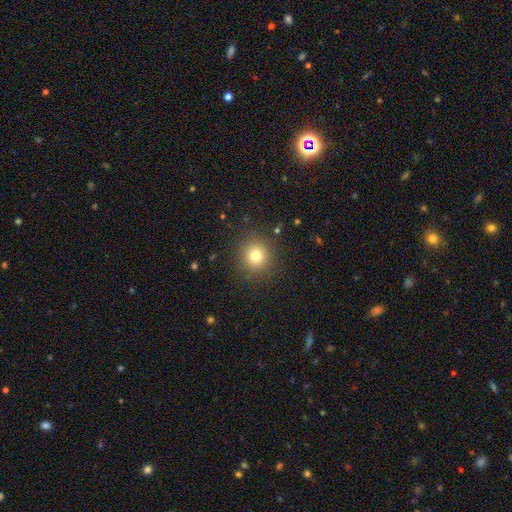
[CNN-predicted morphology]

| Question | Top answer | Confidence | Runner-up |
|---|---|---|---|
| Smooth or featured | smooth | 76% | star or artifact (15%) |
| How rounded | round | 93% | in between (6%) |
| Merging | none | 89% | minor disturbance (7%) |